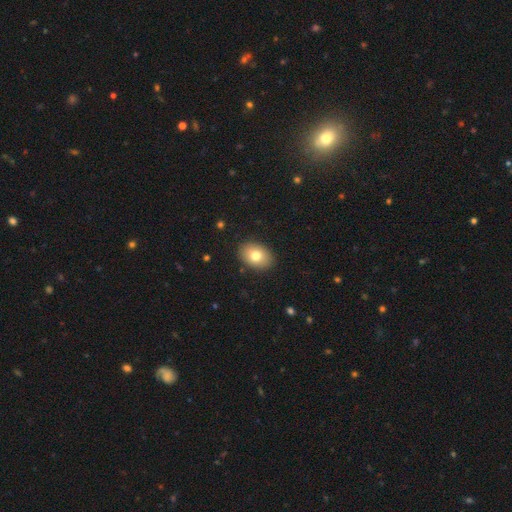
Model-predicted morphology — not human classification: Smooth or featured? Predicted: smooth (p=0.76). How rounded? Predicted: in between (p=0.77). Merging? Predicted: none (p=0.89).